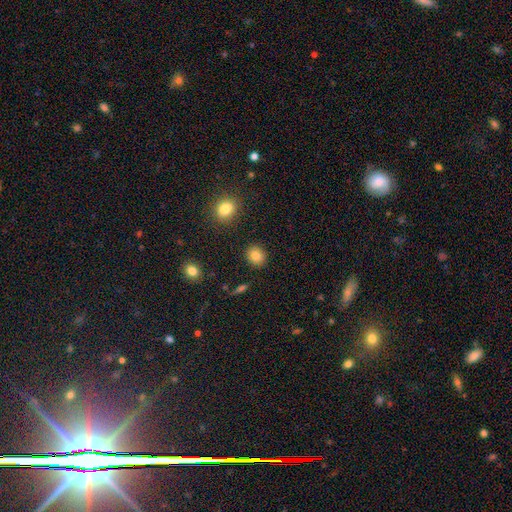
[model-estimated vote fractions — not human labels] The model was most divided on "how rounded": round: 74%, in between: 25%, cigar-shaped: 1%. More confident: merging — none (89%); smooth or featured — smooth (84%).